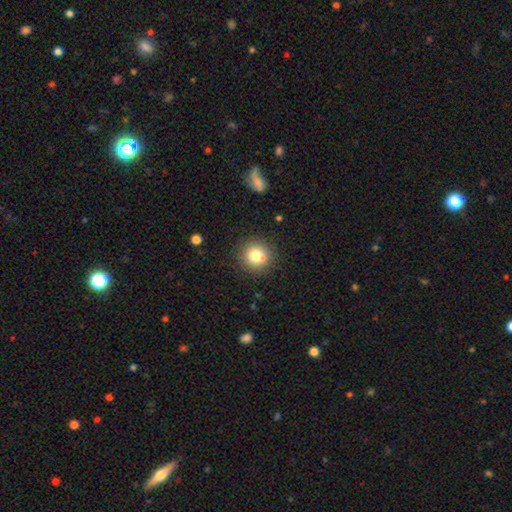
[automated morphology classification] type=smooth (77%); roundness=round (91%); merging=none (75%).